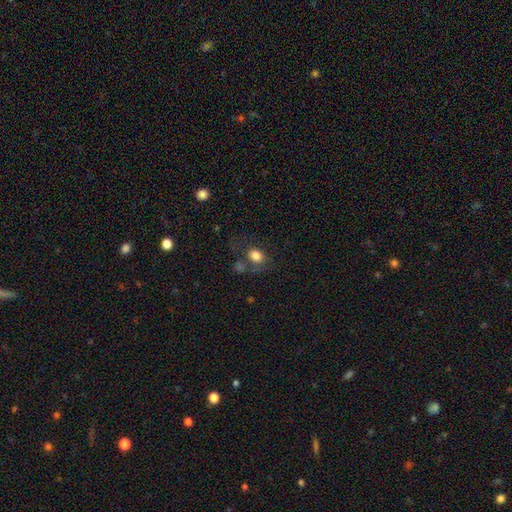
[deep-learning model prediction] A smooth galaxy with no disk features (80%) that is in between round and cigar-shaped (57%).

Vote fractions:
- Smooth or featured? smooth: 80% / featured or disk: 10% / star or artifact: 10%
- How rounded? in between: 57% / round: 42% / cigar-shaped: 1%
- Merging? none: 52% / minor disturbance: 18% / merger: 16% / major disturbance: 13%